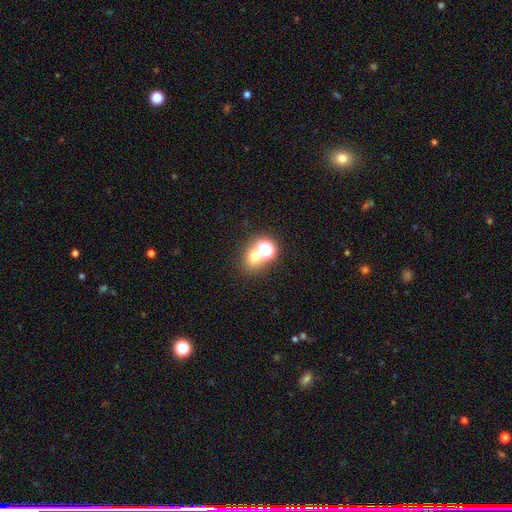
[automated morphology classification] Smooth or featured: smooth — 57% (star or artifact — 31%)
How rounded: round — 67% (in between — 32%)
Merging: none — 53% (merger — 35%)